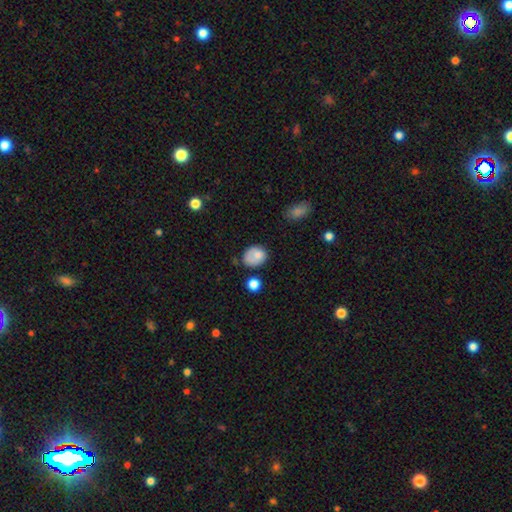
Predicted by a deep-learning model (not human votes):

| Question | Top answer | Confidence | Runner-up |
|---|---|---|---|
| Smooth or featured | smooth | 76% | featured or disk (15%) |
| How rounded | round | 58% | in between (41%) |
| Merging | none | 57% | minor disturbance (27%) |